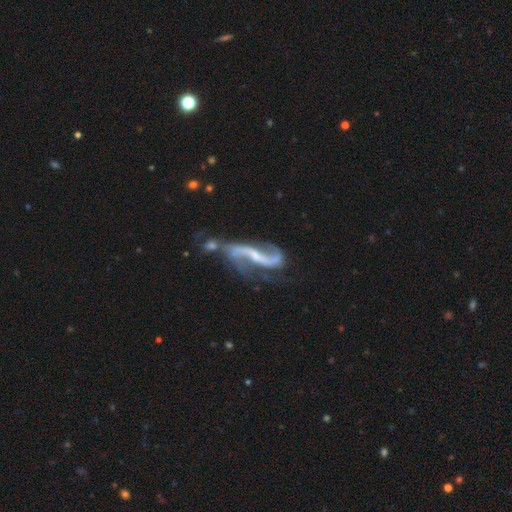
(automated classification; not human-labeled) This appears to be a featured or disk galaxy (88%) with a weak bar (39%), 2 (89%) loose (73%) spiral arms (94%) and a small central bulge (61%). Merging: none (36%).